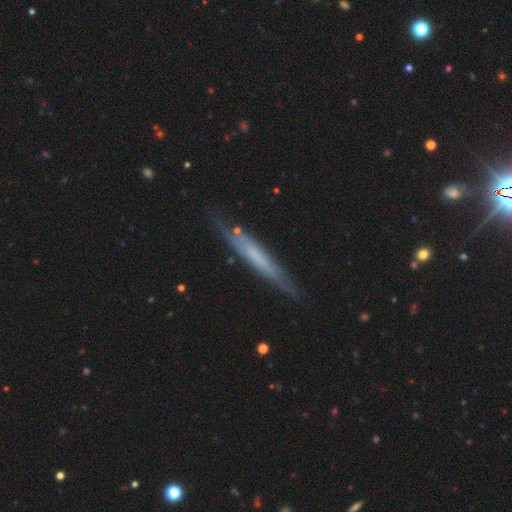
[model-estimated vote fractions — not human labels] smooth_or_featured: featured or disk (p=0.51) [alt: smooth p=0.42]
disk_edge_on: yes (p=0.88) [alt: no p=0.12]
merging: none (p=0.75) [alt: minor disturbance p=0.18]